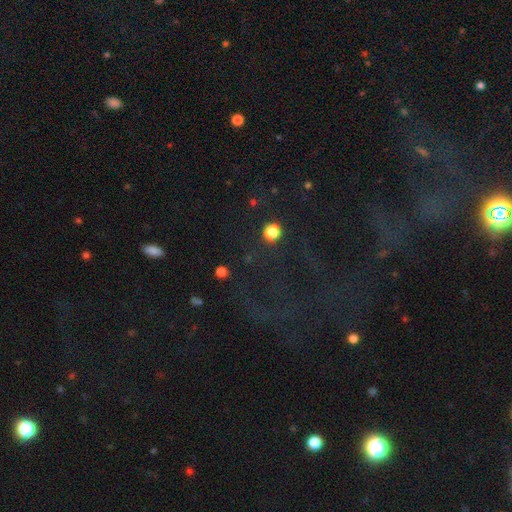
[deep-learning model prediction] smooth-or-featured: star or artifact: 71% | smooth: 16% | featured or disk: 13%